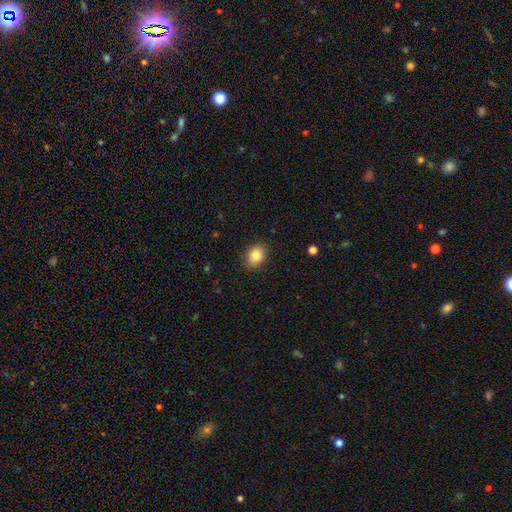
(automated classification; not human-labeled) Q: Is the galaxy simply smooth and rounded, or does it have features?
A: smooth — 84%.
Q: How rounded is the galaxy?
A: in between — 60%.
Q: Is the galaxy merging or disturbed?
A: none — 87%.